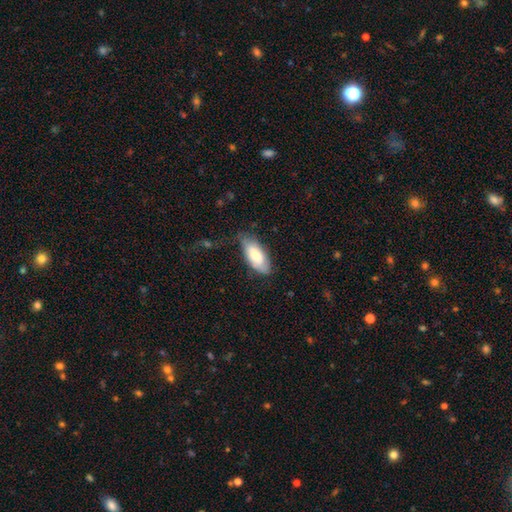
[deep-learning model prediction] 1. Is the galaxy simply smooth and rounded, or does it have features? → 71% smooth, 23% featured or disk, 6% star or artifact.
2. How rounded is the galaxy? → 87% in between, 11% cigar-shaped, 2% round.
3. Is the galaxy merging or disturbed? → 64% none, 27% minor disturbance, 7% major disturbance, 2% merger.